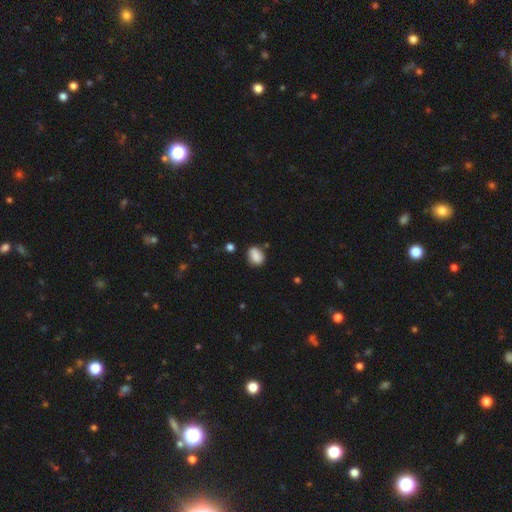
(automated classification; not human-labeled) Smooth or featured: smooth — 82% (featured or disk — 9%)
How rounded: in between — 56% (round — 43%)
Merging: none — 73% (minor disturbance — 19%)